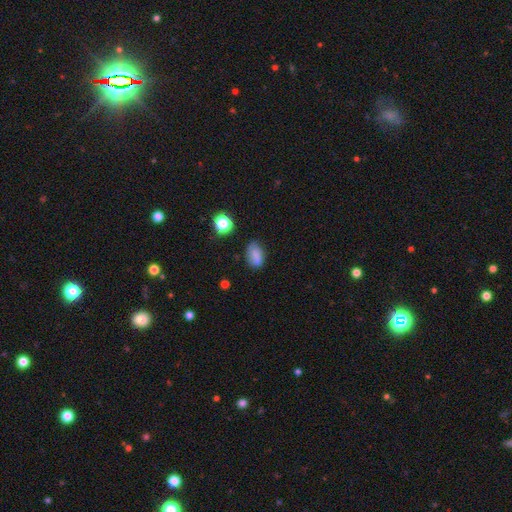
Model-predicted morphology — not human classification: This is likely a smooth galaxy (80%). How rounded: clearly in between (86%). Merging: likely none (66%).